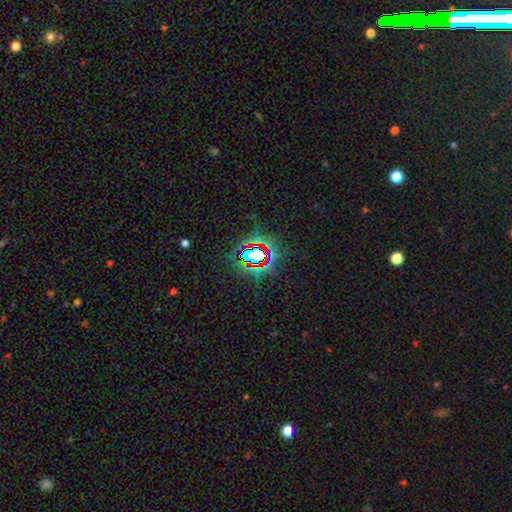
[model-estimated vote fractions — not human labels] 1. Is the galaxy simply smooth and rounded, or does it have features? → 73% star or artifact, 15% smooth, 11% featured or disk.